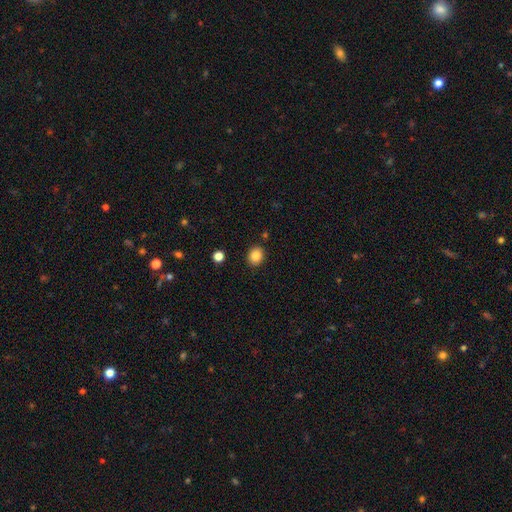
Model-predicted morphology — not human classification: smooth 86%, star or artifact 10%, featured or disk 4%. Down the decision tree: how rounded — round (56%); merging — none (88%).